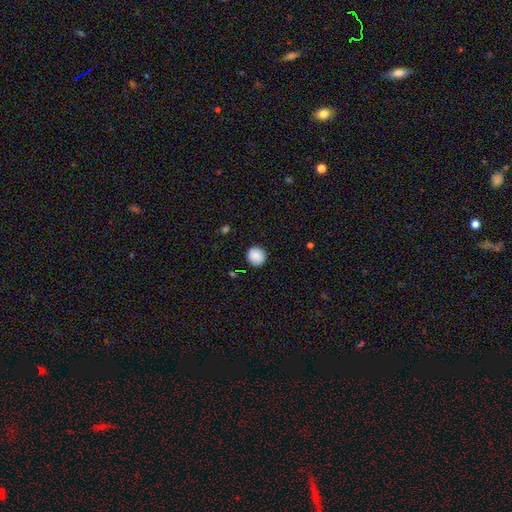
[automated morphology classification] Overall: smooth (88%). How rounded: round (92%). Merging: none (91%).